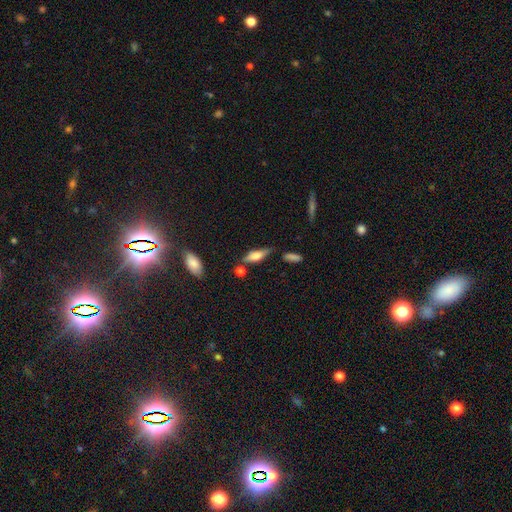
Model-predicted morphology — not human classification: type=smooth (63%); roundness=in between (54%); merging=none (57%).